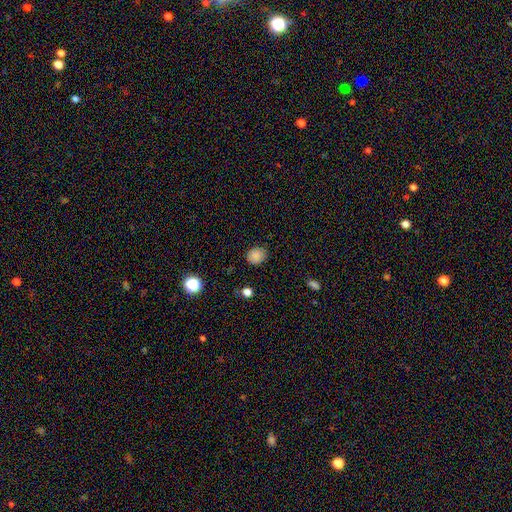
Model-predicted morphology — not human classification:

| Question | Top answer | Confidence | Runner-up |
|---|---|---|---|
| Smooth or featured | smooth | 84% | star or artifact (11%) |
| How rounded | round | 71% | in between (29%) |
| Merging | none | 84% | minor disturbance (13%) |